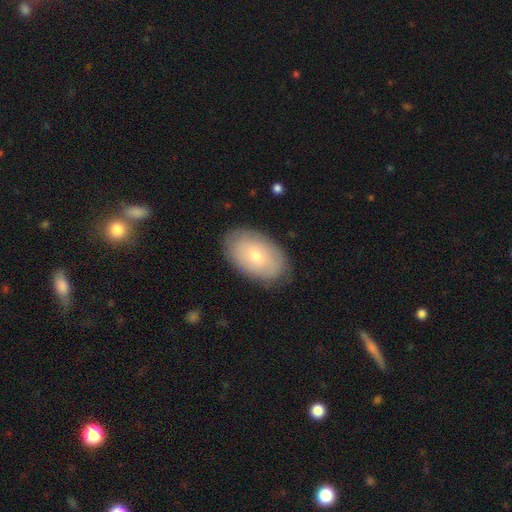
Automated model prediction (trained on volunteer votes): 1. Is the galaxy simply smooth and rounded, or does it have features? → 63% smooth, 31% featured or disk, 7% star or artifact.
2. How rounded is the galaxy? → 92% in between, 6% round, 1% cigar-shaped.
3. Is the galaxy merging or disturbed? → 84% none, 12% minor disturbance, 3% major disturbance, 1% merger.